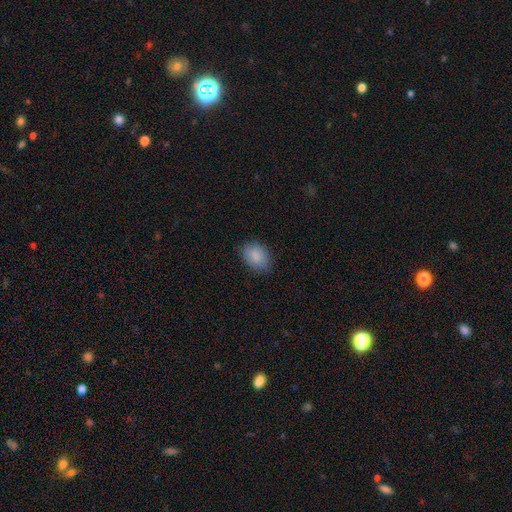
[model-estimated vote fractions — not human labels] smooth_or_featured: smooth (p=0.87) [alt: star or artifact p=0.07]
how_rounded: in between (p=0.72) [alt: round p=0.27]
merging: none (p=0.81) [alt: minor disturbance p=0.15]